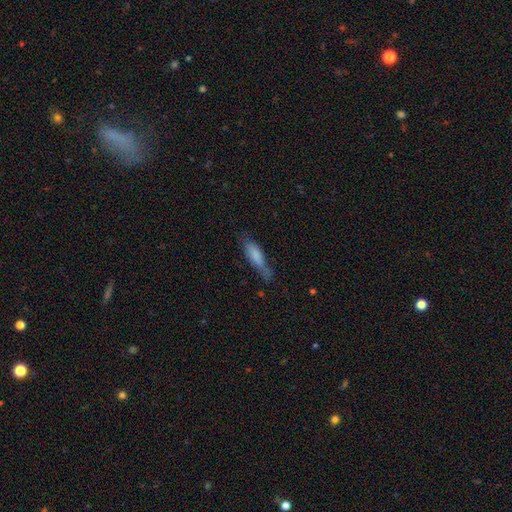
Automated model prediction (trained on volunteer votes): Morphology: type=smooth (75%); roundness=cigar-shaped (65%); merging=none (53%).